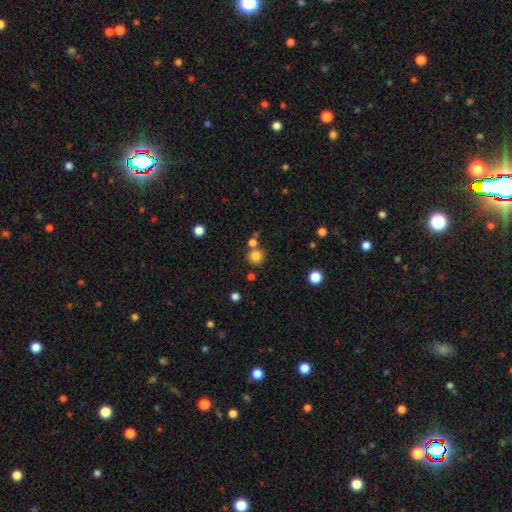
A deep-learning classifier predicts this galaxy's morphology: Overall: smooth (81%). How rounded: round (91%). Merging: none (71%).